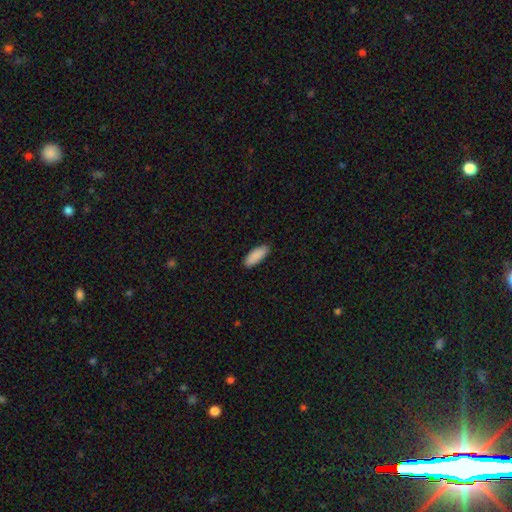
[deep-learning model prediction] smooth 91%, star or artifact 6%, featured or disk 4%. Down the decision tree: how rounded — in between (72%); merging — none (89%).